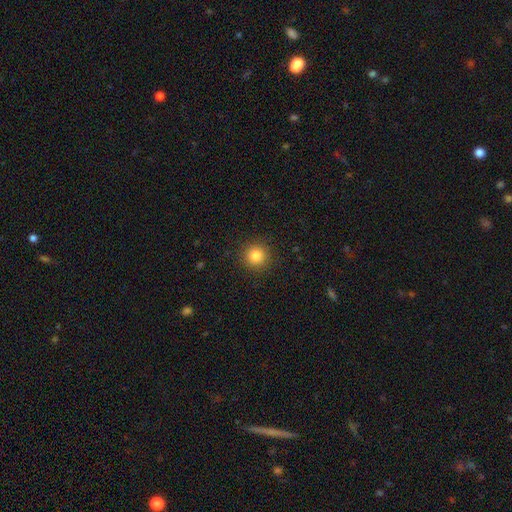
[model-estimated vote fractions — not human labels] Smooth or featured? smooth (84%)
How rounded? round (94%)
Merging? none (91%)